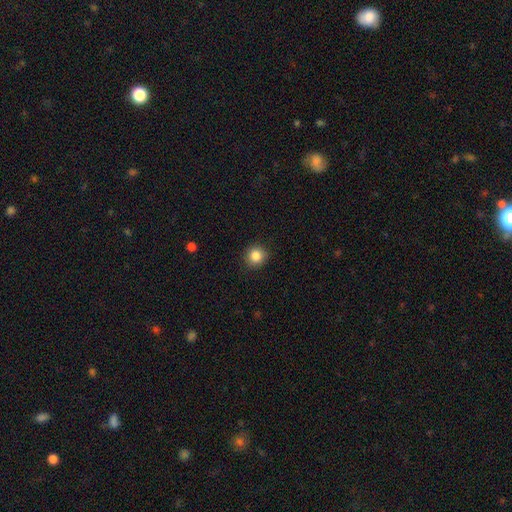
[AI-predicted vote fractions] Morphology: type=smooth (85%); roundness=round (90%); merging=none (90%).